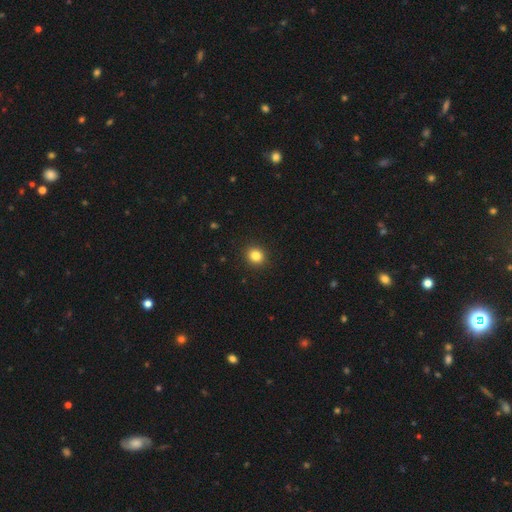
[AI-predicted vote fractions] The model was most divided on "how rounded": round: 79%, in between: 20%, cigar-shaped: 1%. More confident: merging — none (92%); smooth or featured — smooth (84%).